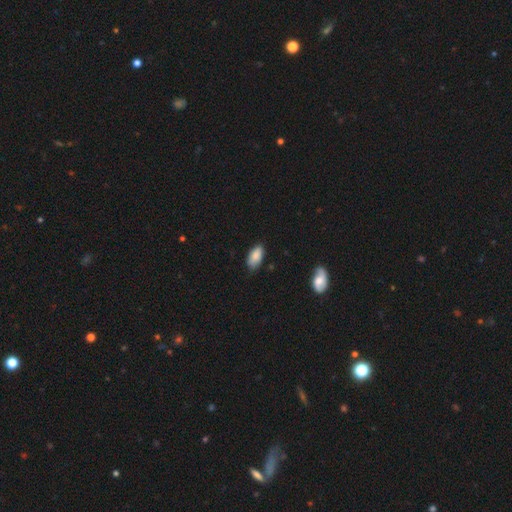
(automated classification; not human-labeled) Q: Smooth or featured?
A: smooth (85%); runner-up: featured or disk (9%)
Q: How rounded?
A: in between (93%); runner-up: cigar-shaped (4%)
Q: Merging?
A: none (73%); runner-up: minor disturbance (23%)